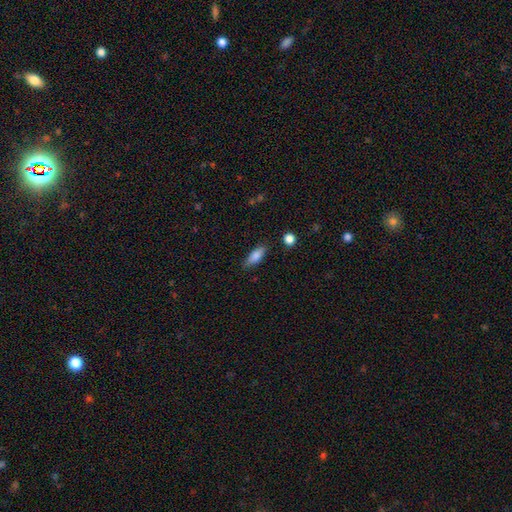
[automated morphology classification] smooth_or_featured: smooth (p=0.81) [alt: featured or disk p=0.12]
how_rounded: in between (p=0.63) [alt: cigar-shaped p=0.34]
merging: none (p=0.80) [alt: minor disturbance p=0.15]